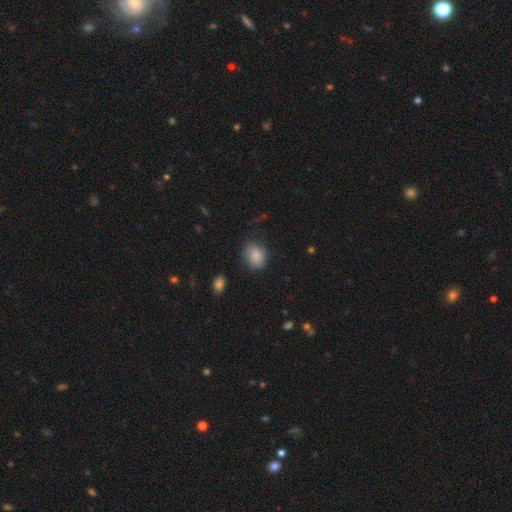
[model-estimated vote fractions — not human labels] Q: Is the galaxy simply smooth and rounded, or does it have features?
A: smooth — 84%.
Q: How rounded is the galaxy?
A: in between — 50%.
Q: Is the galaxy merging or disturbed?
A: none — 71%.